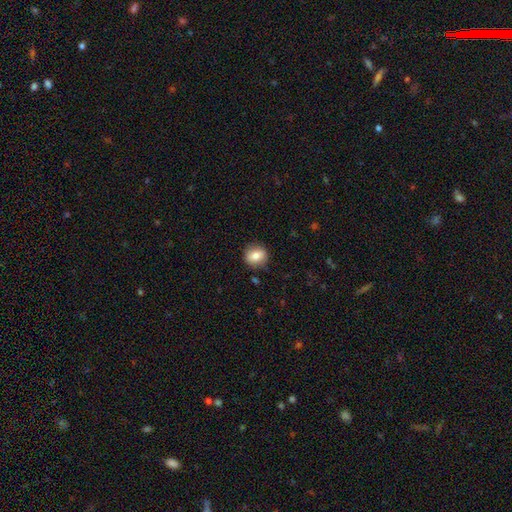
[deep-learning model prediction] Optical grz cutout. It shows a smooth galaxy with no disk features (77%) that is round (79%). Merging: none (87%).